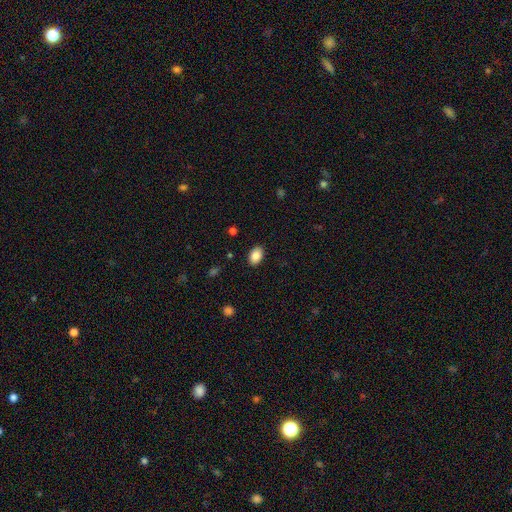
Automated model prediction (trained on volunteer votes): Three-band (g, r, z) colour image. It shows a smooth galaxy with no disk features (87%) that is in between round and cigar-shaped (88%). Merging: none (88%).